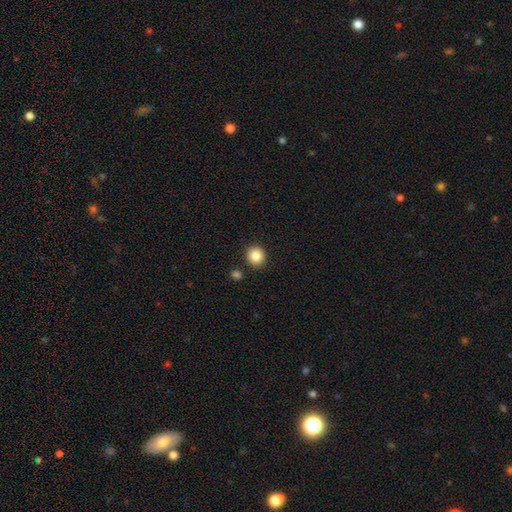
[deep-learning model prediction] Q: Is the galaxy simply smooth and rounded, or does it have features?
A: smooth — 86%.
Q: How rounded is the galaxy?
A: round — 91%.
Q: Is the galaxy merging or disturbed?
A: none — 88%.